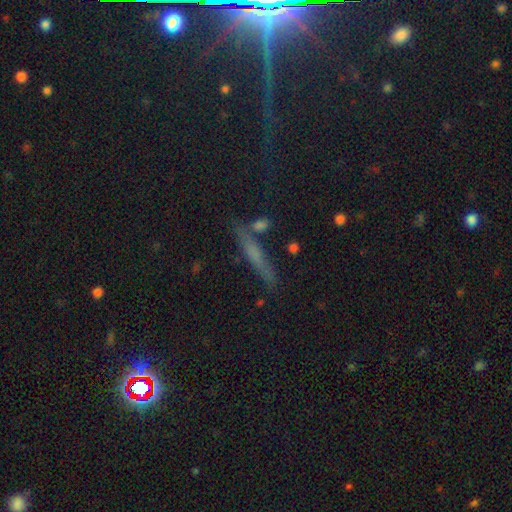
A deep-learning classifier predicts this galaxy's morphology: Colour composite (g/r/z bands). It shows a smooth galaxy with no disk features (49%). Merging: none (78%).